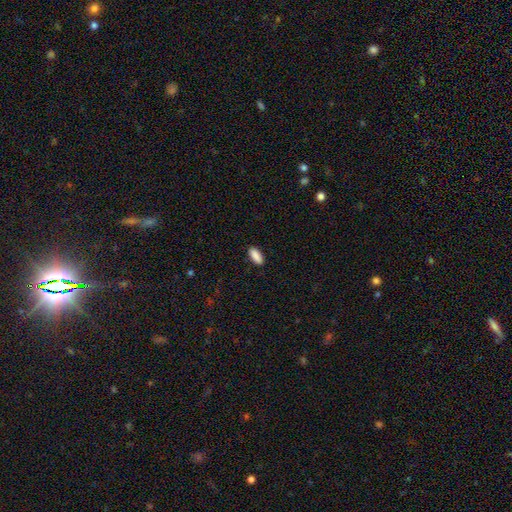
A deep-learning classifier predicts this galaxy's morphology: A smooth galaxy with no disk features (90%) that is in between round and cigar-shaped (80%). Merging: none (89%).